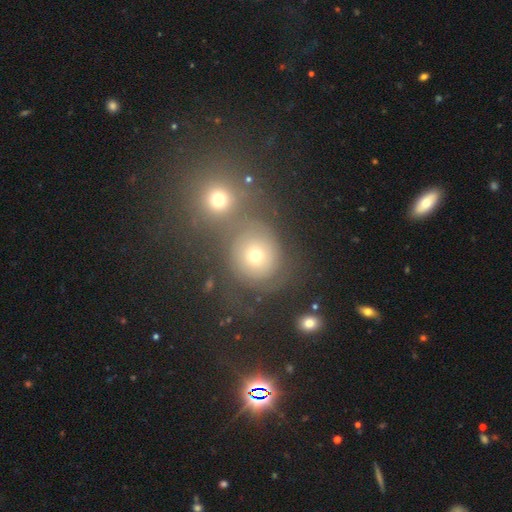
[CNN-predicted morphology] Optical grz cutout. It shows a smooth galaxy with no disk features (50%). Merging: none (50%).